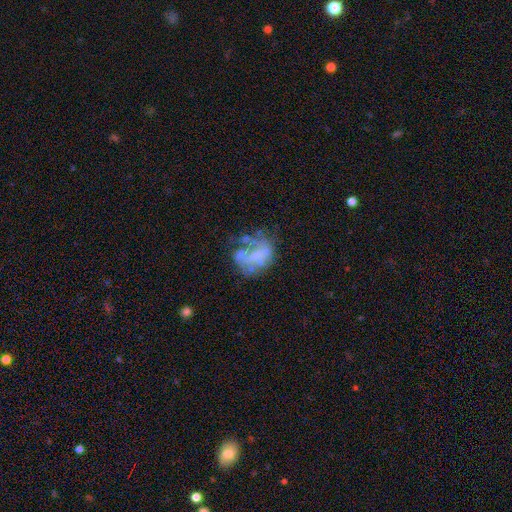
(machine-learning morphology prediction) A featured or disk galaxy (60%) with no bar (75%), no spiral arms (79%) and no central bulge (70%).

Vote fractions:
- Smooth or featured? featured or disk: 60% / smooth: 27% / star or artifact: 13%
- Edge-on disk? no: 98% / yes: 2%
- Bar? no: 75% / weak: 17% / strong: 8%
- Spiral arms? no: 79% / yes: 21%
- Bulge size? none: 70% / small: 13% / moderate: 11% / large: 4% / dominant: 1%
- Merging? none: 37% / major disturbance: 33% / minor disturbance: 21% / merger: 9%